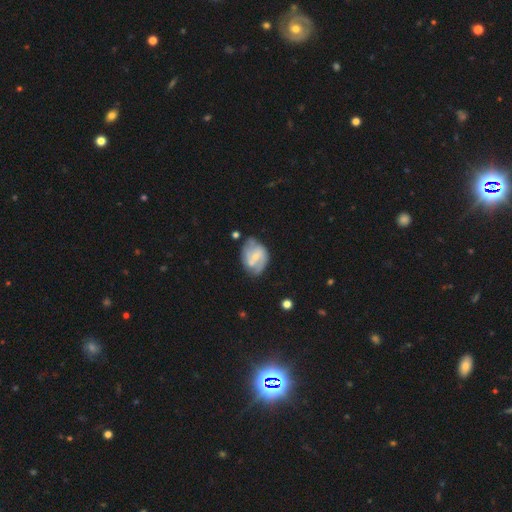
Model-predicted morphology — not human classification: This is likely a featured or disk galaxy (67%). It is clearly not viewed edge-on (97%). Bar: possibly weak (47%). Spiral arm pattern: likely yes (75%). Central bulge: possibly small (58%). Merging: possibly none (51%).